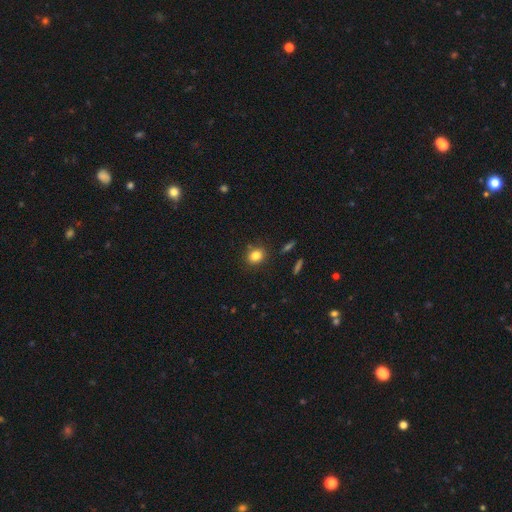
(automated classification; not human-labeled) smooth-or-featured: smooth: 83% | star or artifact: 11% | featured or disk: 6%
  how-rounded: round: 66% | in between: 33% | cigar-shaped: 1%
  merging: none: 86% | minor disturbance: 9% | merger: 2% | major disturbance: 2%